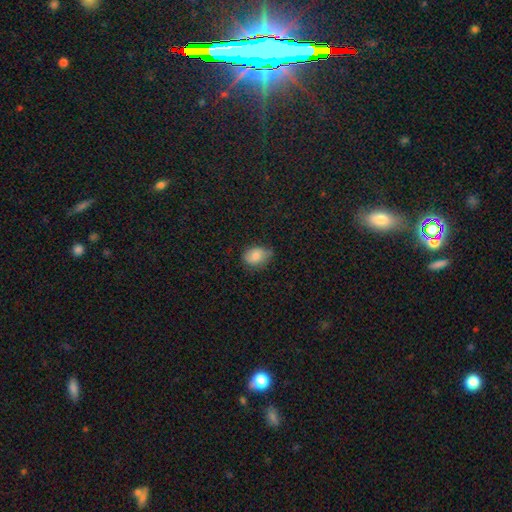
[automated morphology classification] Smooth or featured? Predicted: smooth (p=0.82). How rounded? Predicted: in between (p=0.71). Merging? Predicted: none (p=0.62).